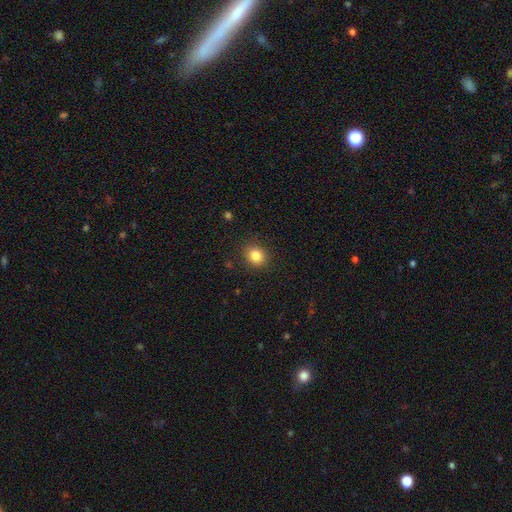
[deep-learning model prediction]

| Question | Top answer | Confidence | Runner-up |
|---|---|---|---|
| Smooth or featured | smooth | 83% | star or artifact (11%) |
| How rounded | round | 73% | in between (26%) |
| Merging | none | 89% | minor disturbance (8%) |